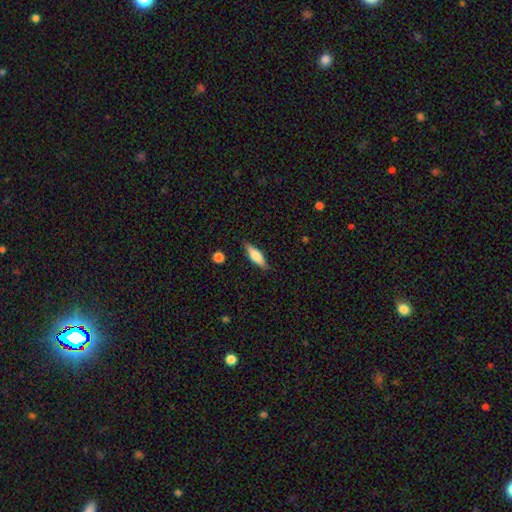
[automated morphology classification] This appears to be a smooth galaxy with no disk features (65%) that is cigar-shaped (52%). Merging: none (85%).